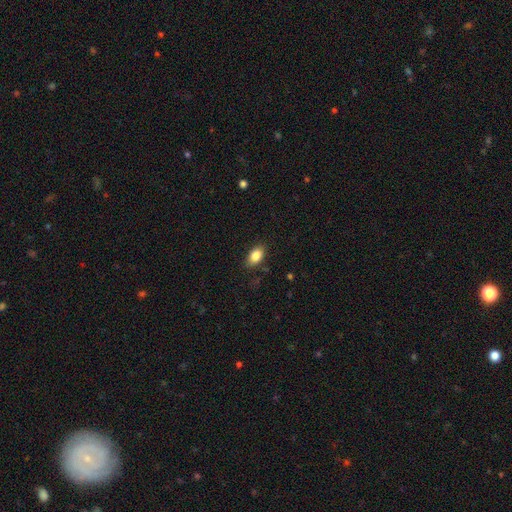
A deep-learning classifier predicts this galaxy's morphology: Smooth or featured: smooth — 85% (star or artifact — 8%)
How rounded: in between — 89% (round — 9%)
Merging: none — 83% (minor disturbance — 13%)